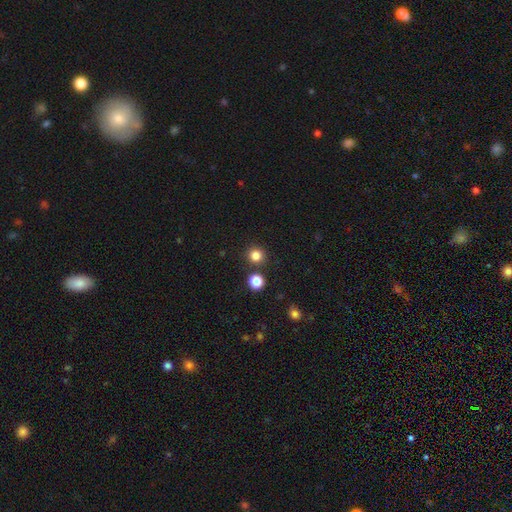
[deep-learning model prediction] This is clearly a smooth galaxy (82%). How rounded: clearly round (93%). Merging: clearly none (86%).